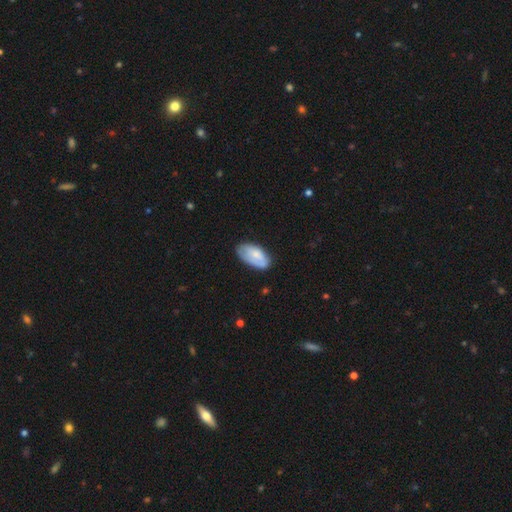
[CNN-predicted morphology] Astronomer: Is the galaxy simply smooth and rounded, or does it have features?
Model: smooth — 67%.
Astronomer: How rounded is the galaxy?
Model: in between — 94%.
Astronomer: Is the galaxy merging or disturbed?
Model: none — 64%.